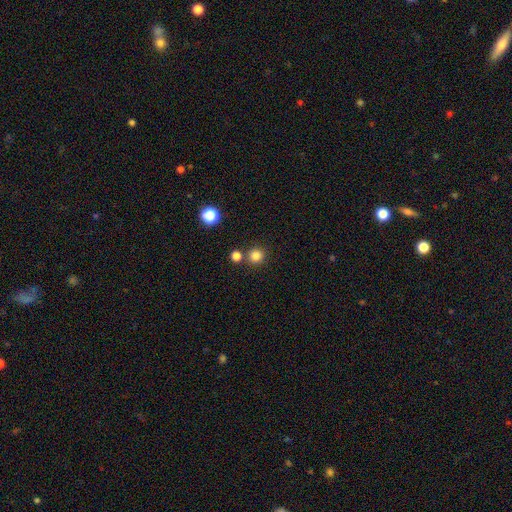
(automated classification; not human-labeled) Smooth or featured? smooth (83%)
How rounded? round (93%)
Merging? none (79%)